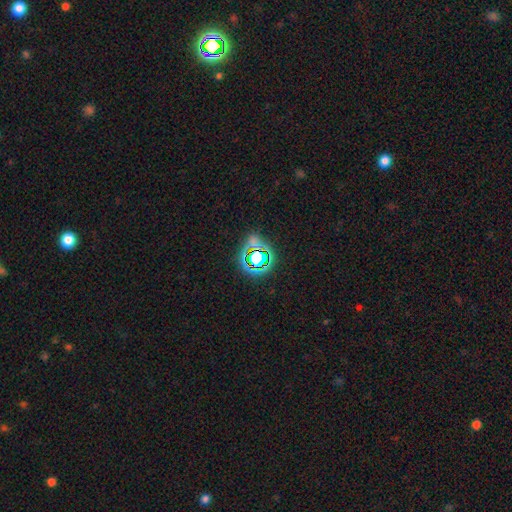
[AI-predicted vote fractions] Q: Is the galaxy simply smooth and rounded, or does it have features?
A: star or artifact — 69%.